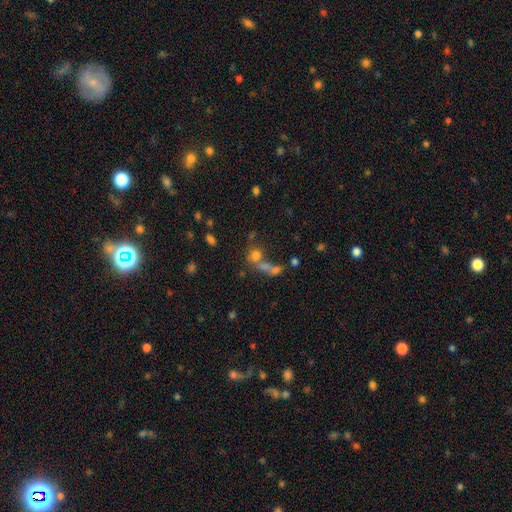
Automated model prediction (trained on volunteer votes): A smooth galaxy with no disk features (66%) that is round (74%).

Vote fractions:
- Smooth or featured? smooth: 66% / star or artifact: 19% / featured or disk: 15%
- How rounded? round: 74% / in between: 22% / cigar-shaped: 3%
- Merging? none: 43% / merger: 41% / minor disturbance: 8% / major disturbance: 8%